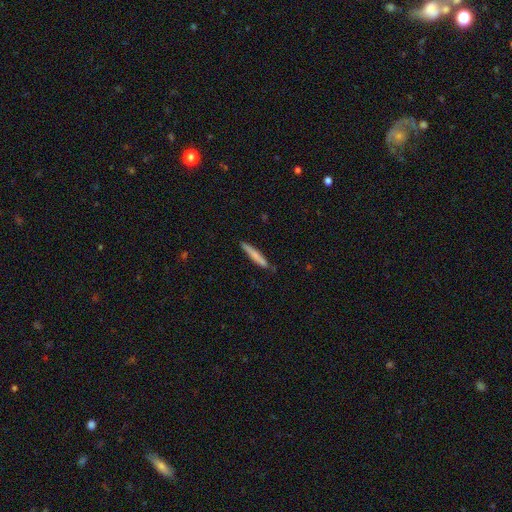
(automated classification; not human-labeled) This appears to be a smooth galaxy with no disk features (71%) that is cigar-shaped (94%). Merging: none (80%).